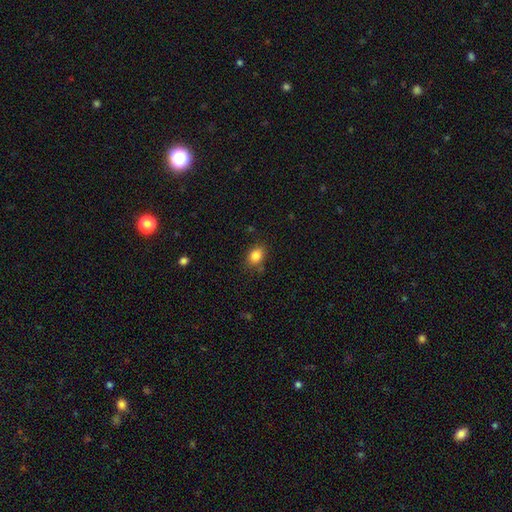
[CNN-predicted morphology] This appears to be a smooth galaxy with no disk features (84%) that is in between round and cigar-shaped (60%). Merging: none (77%).